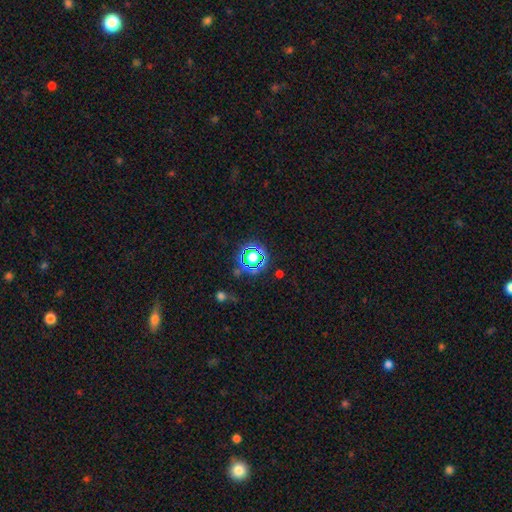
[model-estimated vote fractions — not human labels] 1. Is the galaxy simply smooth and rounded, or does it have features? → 57% star or artifact, 33% smooth, 10% featured or disk.